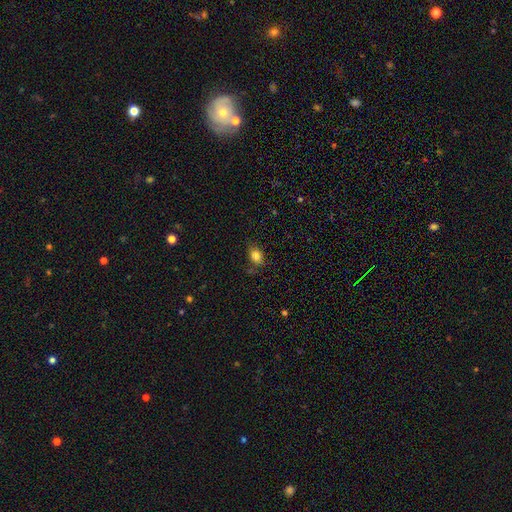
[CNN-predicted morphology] Smooth or featured? smooth (81%)
How rounded? in between (72%)
Merging? none (77%)